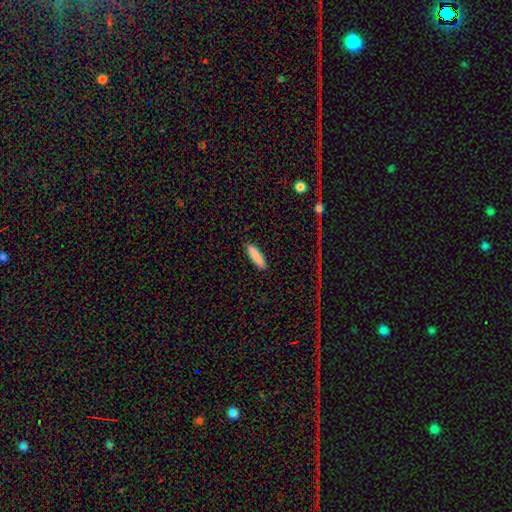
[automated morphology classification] smooth_or_featured: smooth (p=0.88) [alt: star or artifact p=0.06]
how_rounded: cigar-shaped (p=0.72) [alt: in between p=0.27]
merging: none (p=0.90) [alt: minor disturbance p=0.07]